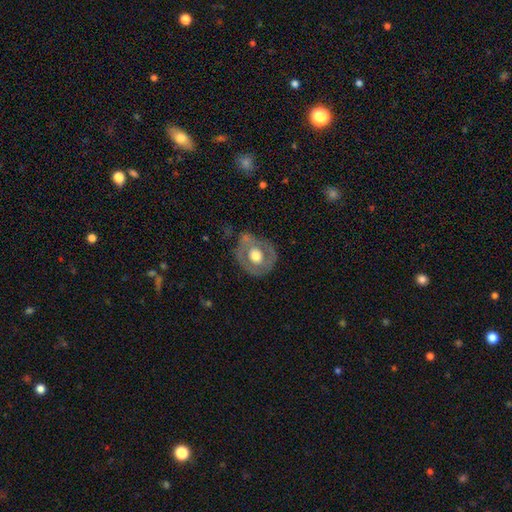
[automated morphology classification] Smooth or featured? featured or disk (53%)
Edge-on disk? no (94%)
Bar? no (87%)
Spiral arms? no (83%)
Bulge size? moderate (51%)
Merging? none (66%)